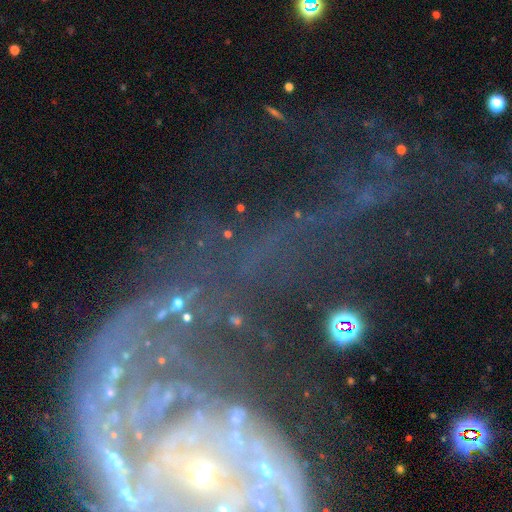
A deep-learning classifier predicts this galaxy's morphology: featured or disk 72%, star or artifact 17%, smooth 11%. Down the decision tree: edge-on disk — no (95%); bar — no (64%); spiral arms — yes (73%); bulge size — small (64%); merging — major disturbance (41%).